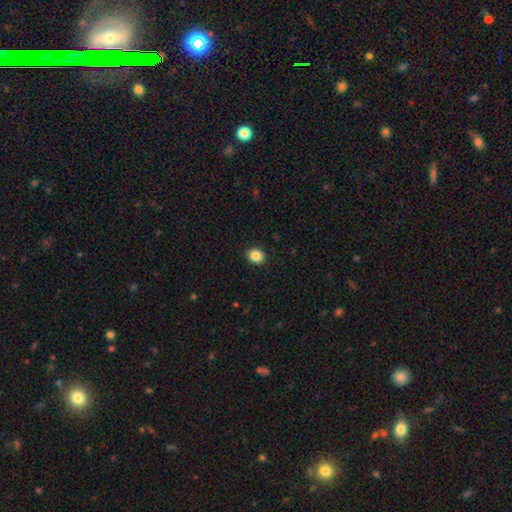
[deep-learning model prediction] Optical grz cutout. It shows a smooth galaxy with no disk features (87%) that is round (69%). Merging: none (92%).